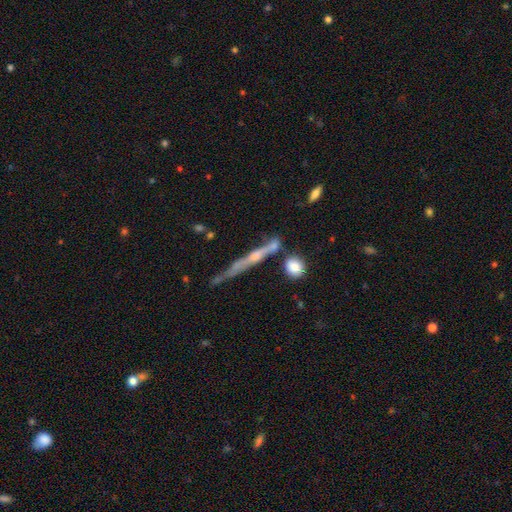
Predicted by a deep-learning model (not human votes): This is likely a featured or disk galaxy (63%). It is clearly viewed edge-on (91%). Edge-on bulge: possibly rounded (49%). Merging: possibly none (57%).